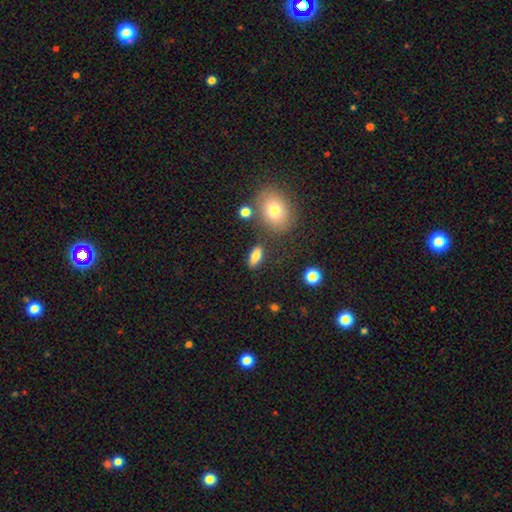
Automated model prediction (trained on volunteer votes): Smooth or featured: smooth — 82% (featured or disk — 9%)
How rounded: in between — 83% (cigar-shaped — 11%)
Merging: none — 82% (minor disturbance — 11%)